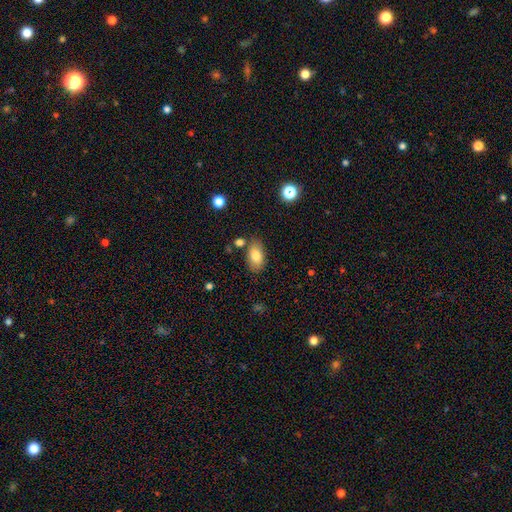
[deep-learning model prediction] smooth-or-featured: smooth: 81% | featured or disk: 11% | star or artifact: 8%
  how-rounded: in between: 91% | round: 7% | cigar-shaped: 2%
  merging: none: 77% | minor disturbance: 14% | merger: 6% | major disturbance: 3%